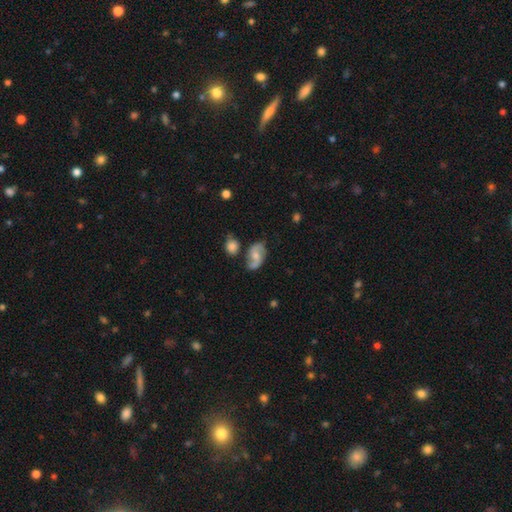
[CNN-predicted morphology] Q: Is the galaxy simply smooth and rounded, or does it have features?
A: featured or disk — 74%.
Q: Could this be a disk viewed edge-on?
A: no — 97%.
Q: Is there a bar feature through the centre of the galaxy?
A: no — 49%.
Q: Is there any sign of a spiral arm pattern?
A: yes — 92%.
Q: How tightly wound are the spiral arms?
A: loose — 44%.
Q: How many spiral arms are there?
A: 2 — 91%.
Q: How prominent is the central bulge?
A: moderate — 55%.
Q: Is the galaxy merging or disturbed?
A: none — 68%.